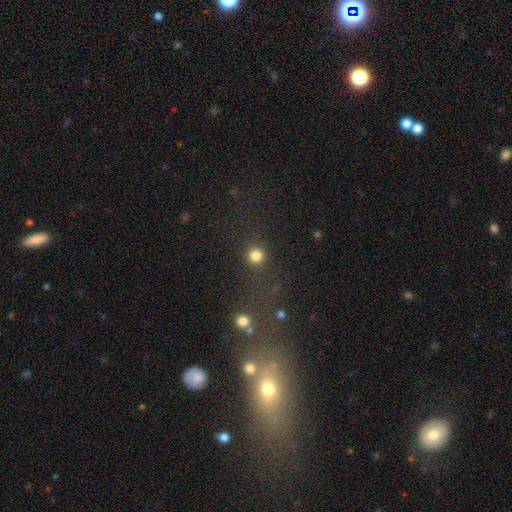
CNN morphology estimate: Smooth or featured? smooth (82%)
How rounded? round (94%)
Merging? none (86%)